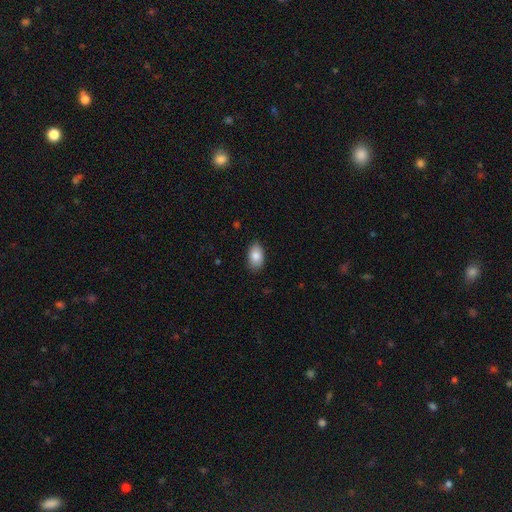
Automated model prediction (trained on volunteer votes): This is clearly a smooth galaxy (86%). How rounded: clearly in between (92%). Merging: clearly none (85%).